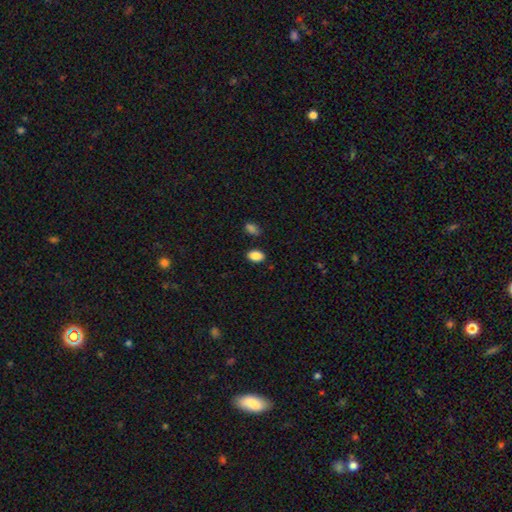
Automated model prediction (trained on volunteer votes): Morphology: type=smooth (88%); roundness=in between (86%); merging=none (85%).